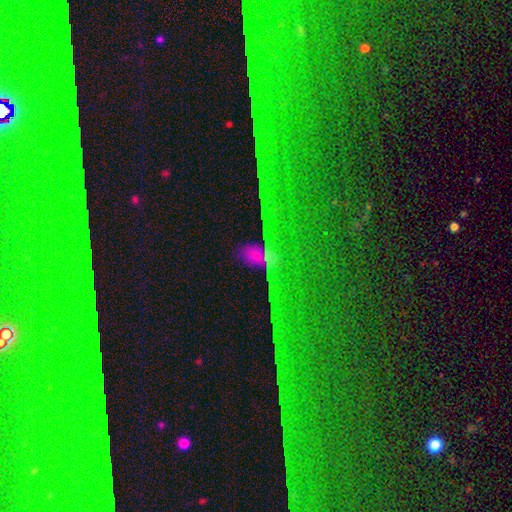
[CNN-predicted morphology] The model was most divided on "smooth or featured": star or artifact: 45%, smooth: 36%, featured or disk: 19%.